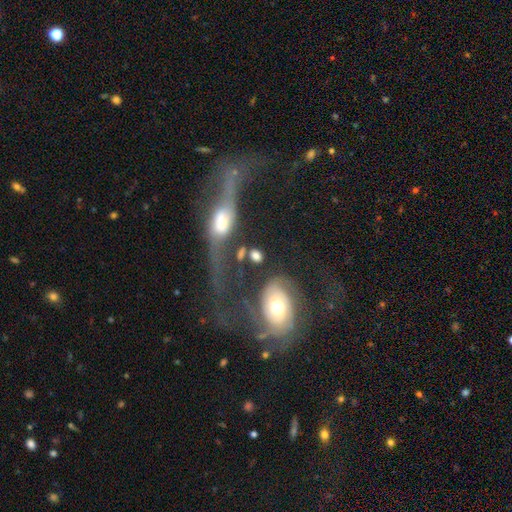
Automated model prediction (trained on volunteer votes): smooth_or_featured: smooth (p=0.62) [alt: featured or disk p=0.29]
how_rounded: in between (p=0.70) [alt: round p=0.26]
merging: none (p=0.41) [alt: merger p=0.29]